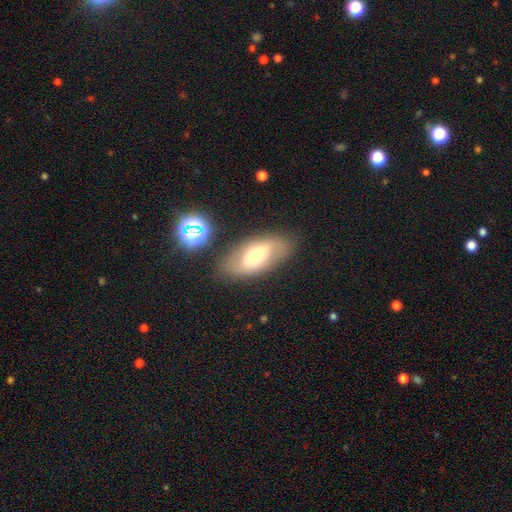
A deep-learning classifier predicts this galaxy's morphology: Smooth or featured? Predicted: smooth (p=0.52). How rounded? Predicted: in between (p=0.90). Merging? Predicted: none (p=0.74).